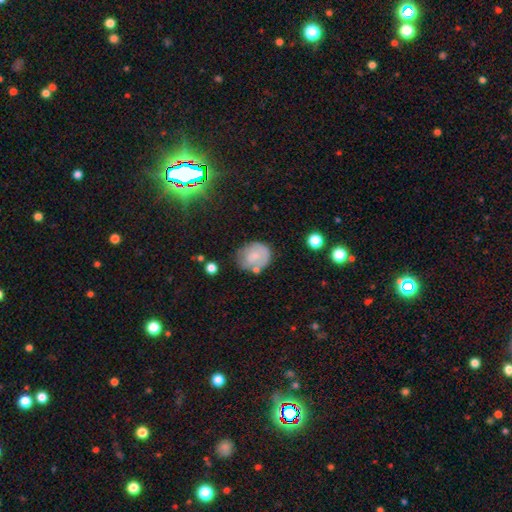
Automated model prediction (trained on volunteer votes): Q: Smooth or featured?
A: smooth (64%); runner-up: featured or disk (28%)
Q: How rounded?
A: round (61%); runner-up: in between (38%)
Q: Merging?
A: none (55%); runner-up: minor disturbance (27%)